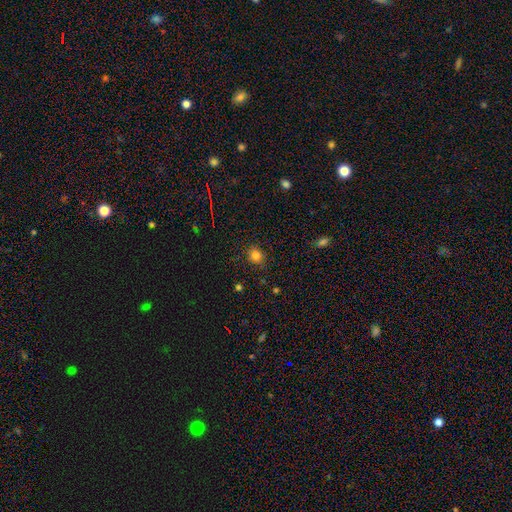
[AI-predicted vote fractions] A smooth galaxy with no disk features (79%) that is round (79%). Merging: none (86%).